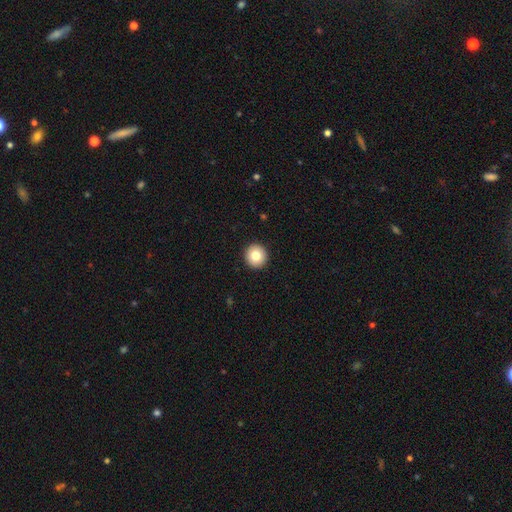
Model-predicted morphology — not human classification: Q: Smooth or featured?
A: smooth (81%); runner-up: featured or disk (10%)
Q: How rounded?
A: round (95%); runner-up: in between (4%)
Q: Merging?
A: none (94%); runner-up: minor disturbance (4%)